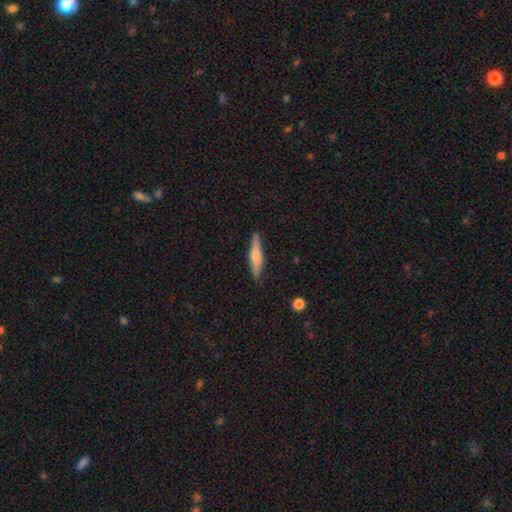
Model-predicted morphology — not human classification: This appears to be a featured or disk galaxy (57%) viewed edge-on (96%) with a rounded central bulge (84%). Merging: none (89%).